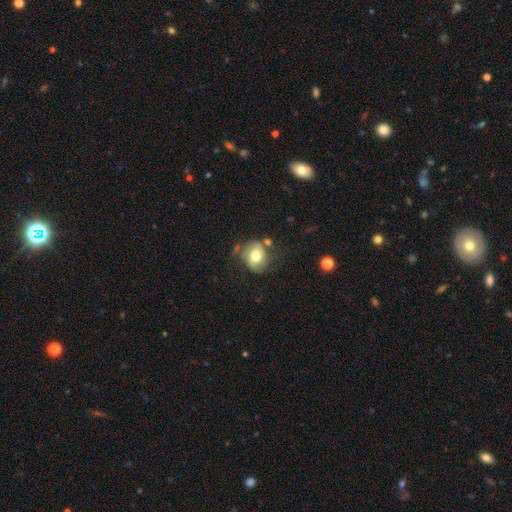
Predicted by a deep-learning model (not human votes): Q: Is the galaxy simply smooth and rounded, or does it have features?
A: smooth — 56%.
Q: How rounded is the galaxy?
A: round — 66%.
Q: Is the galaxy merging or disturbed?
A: none — 54%.